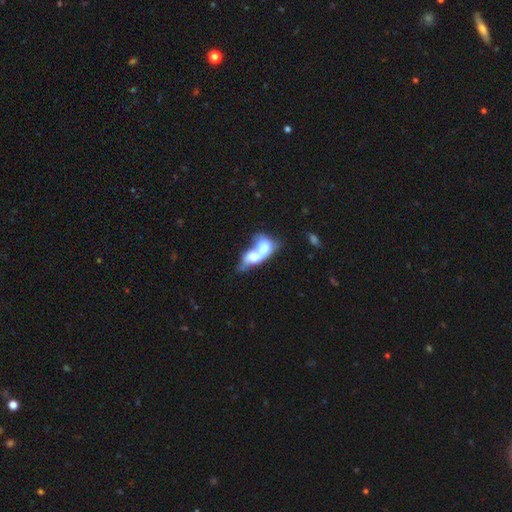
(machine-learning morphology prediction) This appears to be a smooth galaxy with no disk features (58%) that is in between round and cigar-shaped (72%). Merging: merger (82%).